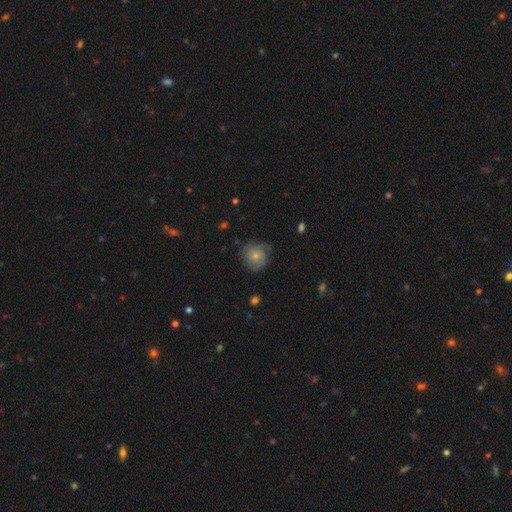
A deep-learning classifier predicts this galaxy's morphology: Smooth or featured? smooth (67%)
How rounded? round (84%)
Merging? none (65%)